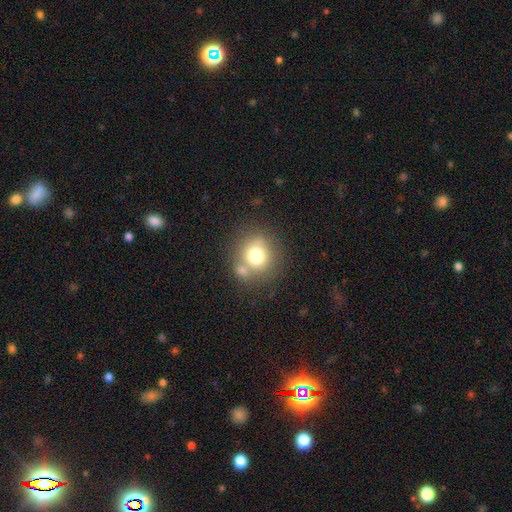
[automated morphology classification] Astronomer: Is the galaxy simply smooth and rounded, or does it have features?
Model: smooth — 73%.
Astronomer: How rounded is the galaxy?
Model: round — 84%.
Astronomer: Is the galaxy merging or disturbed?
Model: none — 61%.